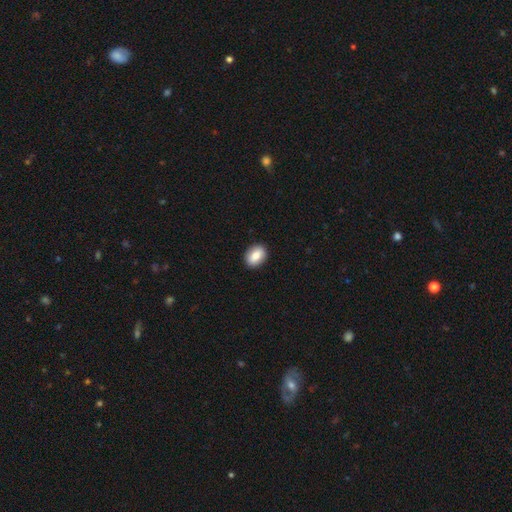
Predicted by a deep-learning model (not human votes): Smooth or featured? smooth (83%)
How rounded? in between (73%)
Merging? none (91%)